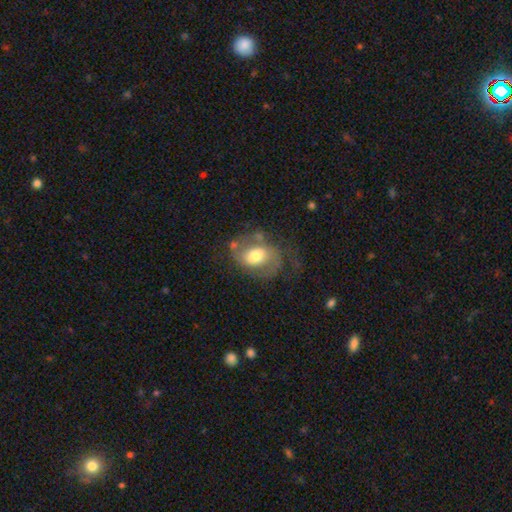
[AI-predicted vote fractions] Smooth or featured? featured or disk (53%)
Edge-on disk? no (96%)
Bar? no (53%)
Spiral arms? yes (70%)
Bulge size? moderate (64%)
Merging? none (44%)